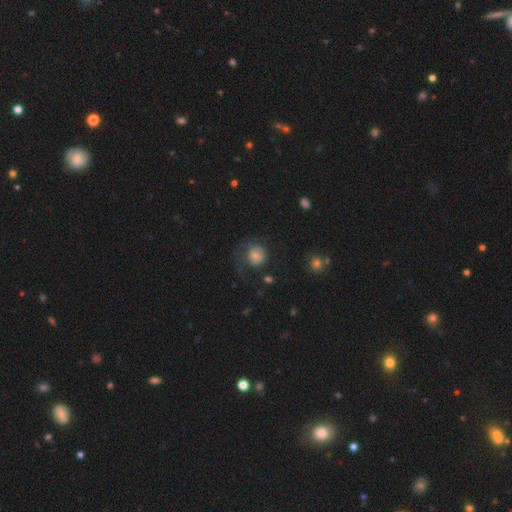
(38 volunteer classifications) Smooth or featured? smooth (74%)
How rounded? round (71%)
Merging? major disturbance (54%)